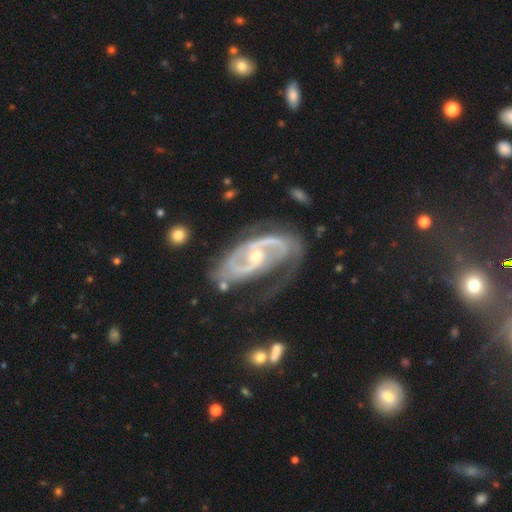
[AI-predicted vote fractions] This is clearly a featured or disk galaxy (91%). It is clearly not viewed edge-on (97%). Bar: possibly no (48%). Spiral arm pattern: clearly yes (97%). Spiral arm count: likely 2 (78%). Spiral winding: possibly medium (49%). Central bulge: possibly small (55%). Merging: possibly none (54%).